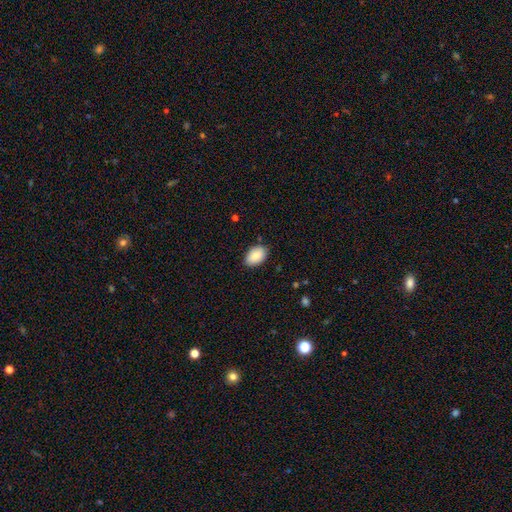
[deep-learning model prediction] Q: Smooth or featured?
A: smooth (88%); runner-up: star or artifact (6%)
Q: How rounded?
A: in between (91%); runner-up: round (8%)
Q: Merging?
A: none (83%); runner-up: minor disturbance (13%)